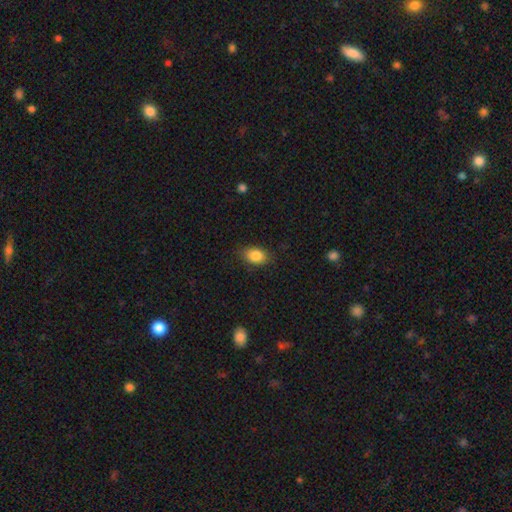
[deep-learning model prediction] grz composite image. It shows a smooth galaxy with no disk features (85%) that is in between round and cigar-shaped (81%). Merging: none (83%).